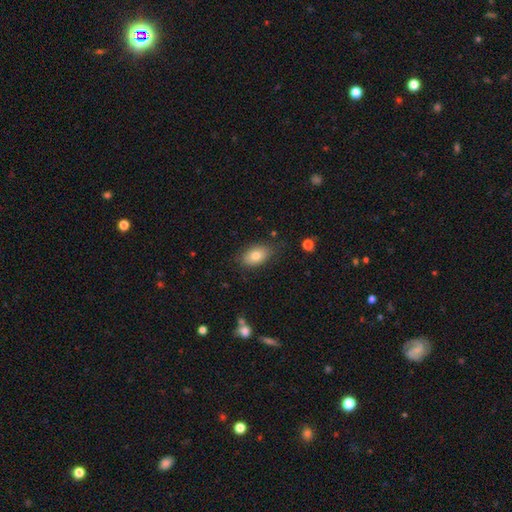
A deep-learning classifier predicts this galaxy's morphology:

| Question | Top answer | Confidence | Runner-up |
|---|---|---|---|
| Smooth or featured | smooth | 79% | featured or disk (13%) |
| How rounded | in between | 89% | round (10%) |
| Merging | none | 78% | minor disturbance (16%) |